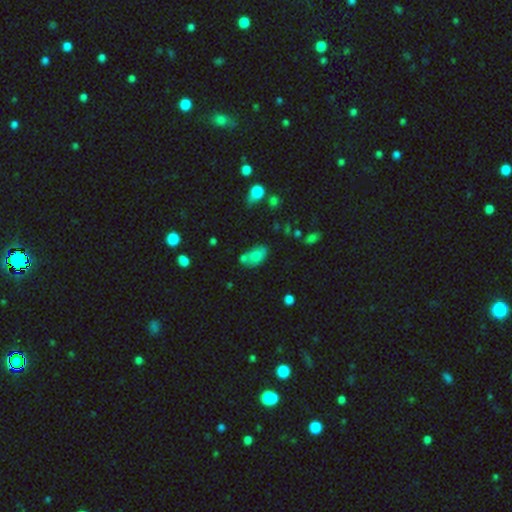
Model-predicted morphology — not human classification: Smooth or featured? smooth (69%)
How rounded? in between (87%)
Merging? none (43%)